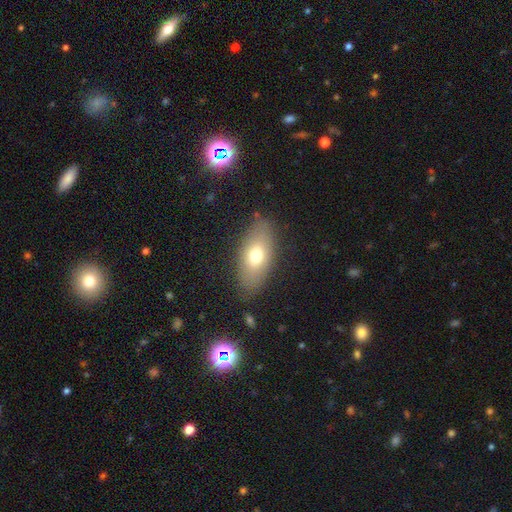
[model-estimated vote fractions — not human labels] smooth 70%, featured or disk 22%, star or artifact 8%. Down the decision tree: how rounded — in between (88%); merging — none (82%).